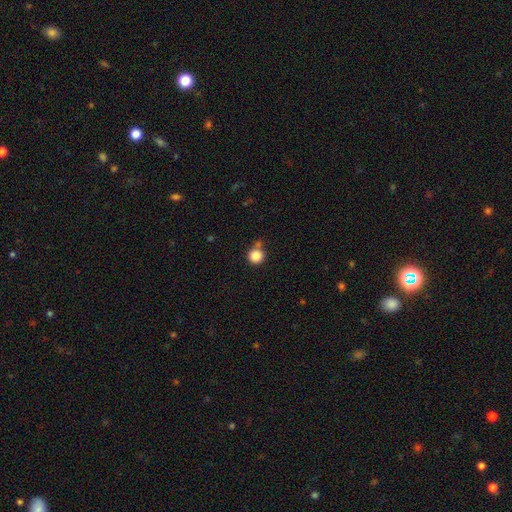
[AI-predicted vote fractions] The model was most divided on "merging": none: 72%, merger: 14%, minor disturbance: 10%, major disturbance: 3%. More confident: how rounded — round (94%); smooth or featured — smooth (85%).